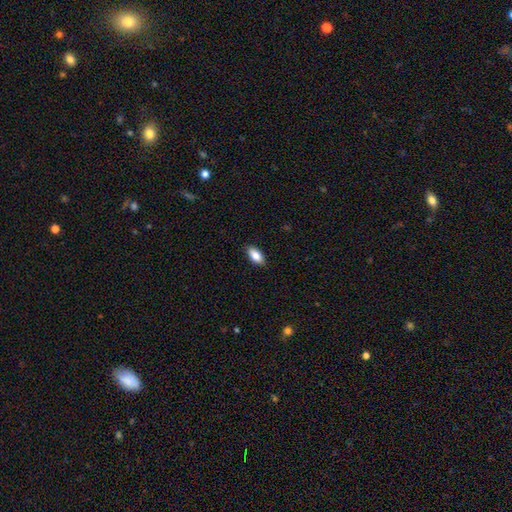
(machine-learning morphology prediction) Smooth or featured?
  - smooth: 84% *
  - featured or disk: 9%
  - star or artifact: 7%
How rounded?
  - in between: 88% *
  - cigar-shaped: 9%
  - round: 3%
Merging?
  - none: 87% *
  - minor disturbance: 10%
  - major disturbance: 2%
  - merger: 1%